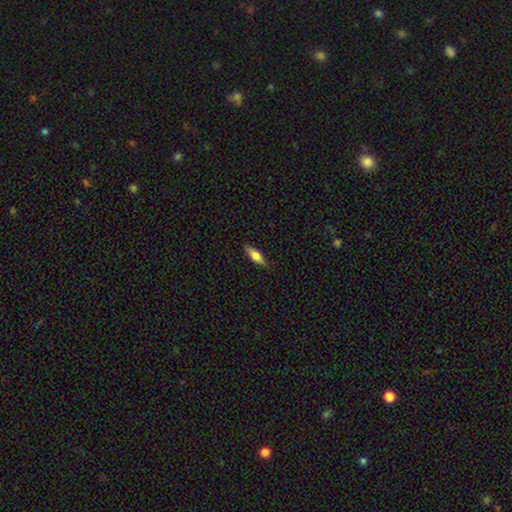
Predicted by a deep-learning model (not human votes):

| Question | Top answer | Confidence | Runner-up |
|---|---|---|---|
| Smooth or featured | smooth | 64% | featured or disk (29%) |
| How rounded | in between | 57% | cigar-shaped (40%) |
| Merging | none | 86% | minor disturbance (10%) |